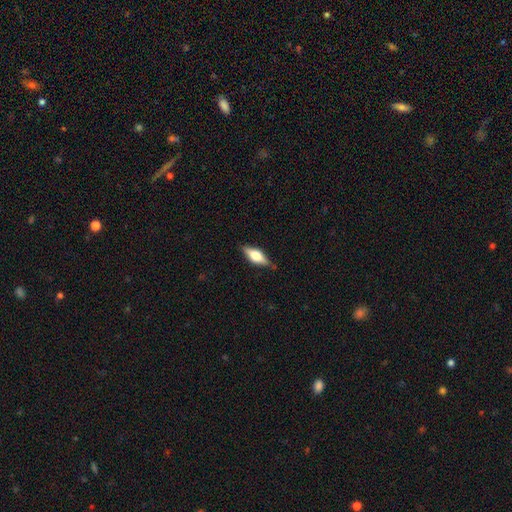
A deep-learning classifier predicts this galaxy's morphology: Overall: featured or disk (52%; smooth 41%). Edge-on disk: yes (93%). Merging: none (83%).